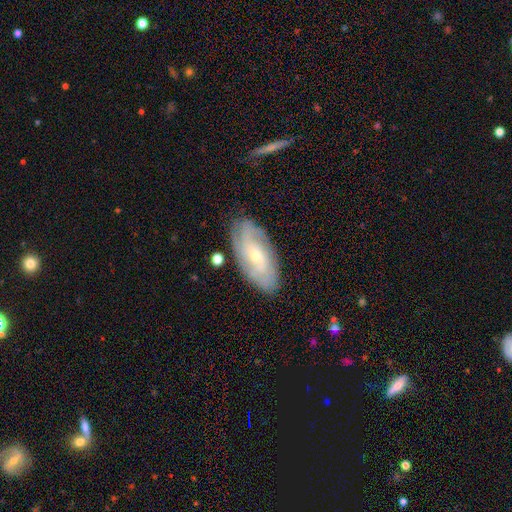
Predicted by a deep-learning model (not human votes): This appears to be a featured or disk galaxy (71%) with no bar (67%), tight (58%) spiral arms (89%) and a small central bulge (66%). Merging: none (80%).